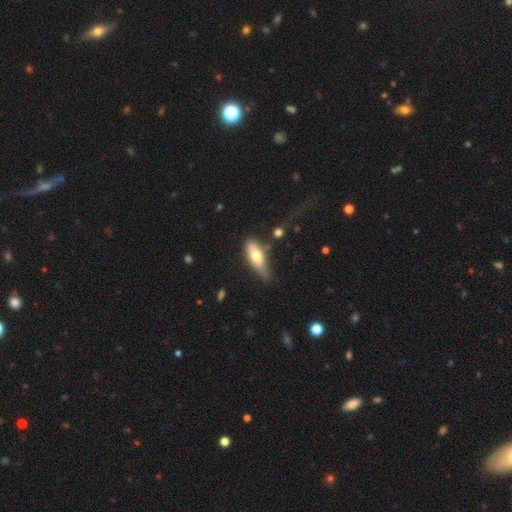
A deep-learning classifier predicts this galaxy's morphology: Q: Smooth or featured?
A: smooth (63%); runner-up: featured or disk (31%)
Q: How rounded?
A: in between (65%); runner-up: cigar-shaped (32%)
Q: Merging?
A: none (44%); runner-up: minor disturbance (34%)